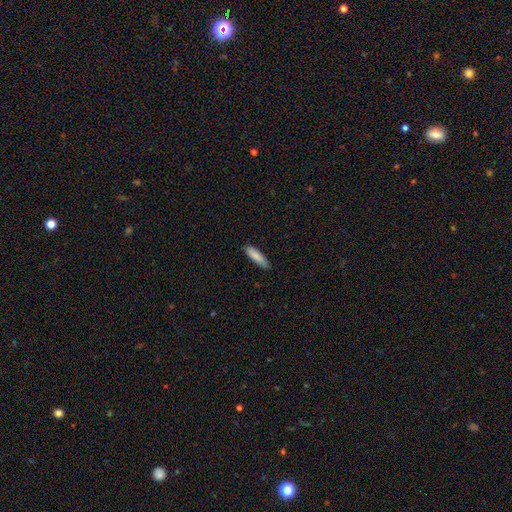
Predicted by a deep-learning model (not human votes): Smooth or featured? Predicted: smooth (p=0.85). How rounded? Predicted: cigar-shaped (p=0.64). Merging? Predicted: none (p=0.83).